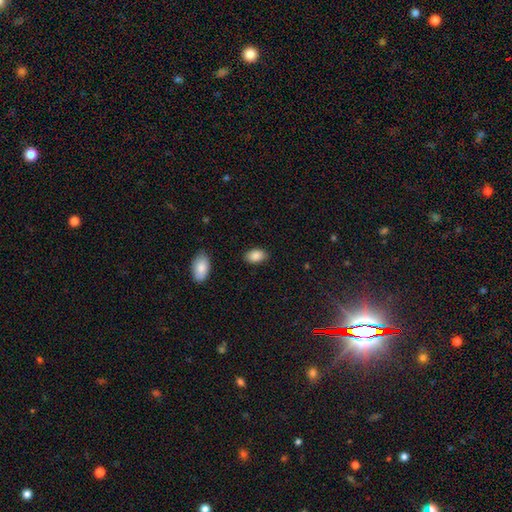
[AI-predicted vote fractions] Morphology: type=smooth (88%); roundness=in between (90%); merging=none (86%).